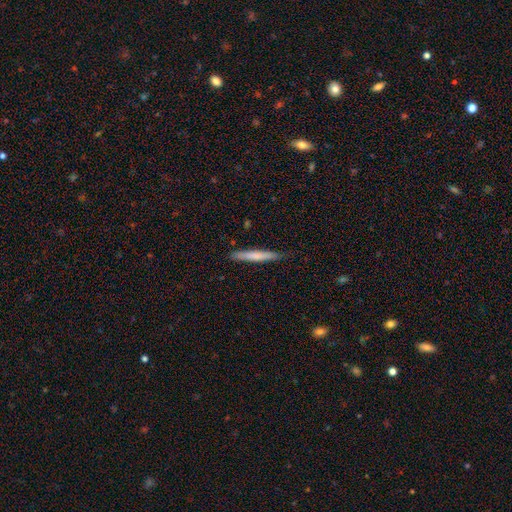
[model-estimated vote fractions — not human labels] Overall: smooth (70%). How rounded: cigar-shaped (96%). Merging: none (84%).